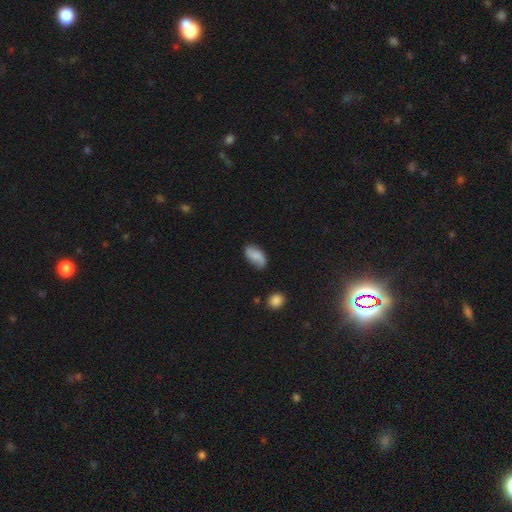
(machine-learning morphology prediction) A smooth galaxy with no disk features (65%) that is in between round and cigar-shaped (92%).

Vote fractions:
- Smooth or featured? smooth: 65% / featured or disk: 26% / star or artifact: 9%
- How rounded? in between: 92% / round: 5% / cigar-shaped: 3%
- Merging? none: 64% / minor disturbance: 26% / major disturbance: 7% / merger: 3%